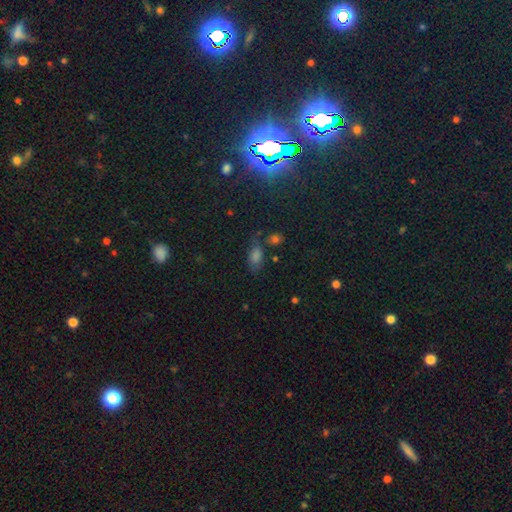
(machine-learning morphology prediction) A smooth galaxy with no disk features (51%) that is in between round and cigar-shaped (82%). Merging: none (61%).